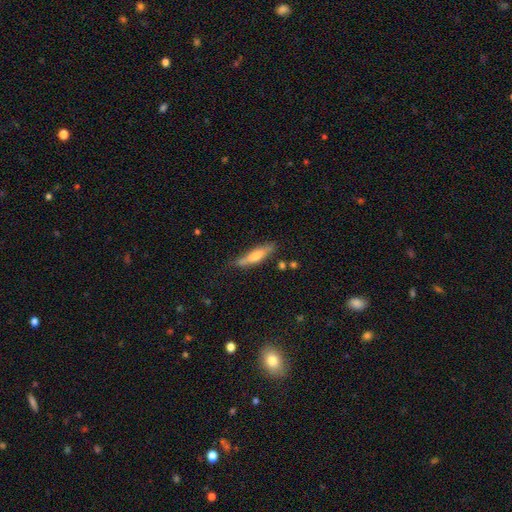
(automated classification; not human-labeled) This is possibly a smooth galaxy (53%). How rounded: likely cigar-shaped (76%). Merging: likely none (69%).